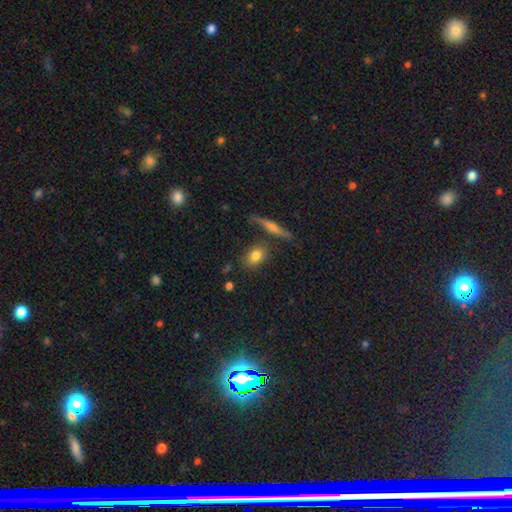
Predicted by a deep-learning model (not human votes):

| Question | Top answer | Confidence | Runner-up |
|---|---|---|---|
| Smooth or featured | smooth | 79% | featured or disk (12%) |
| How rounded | in between | 67% | round (26%) |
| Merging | none | 76% | minor disturbance (12%) |